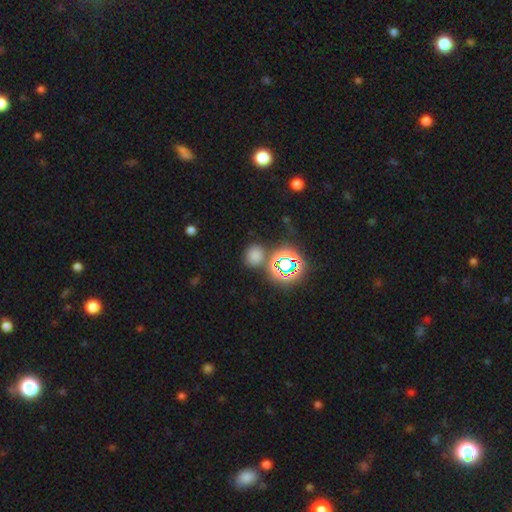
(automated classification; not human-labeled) A smooth galaxy with no disk features (67%) that is round (73%). Merging: none (76%).